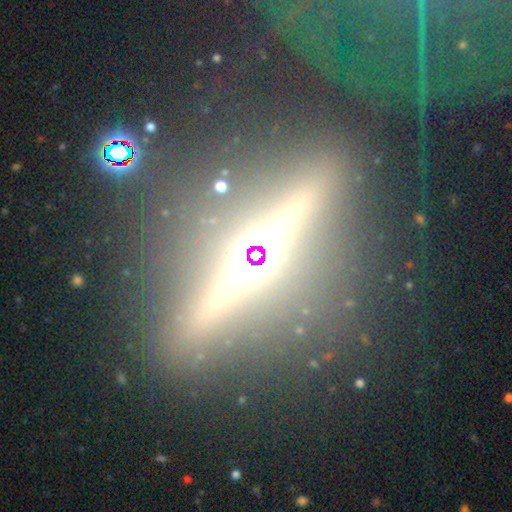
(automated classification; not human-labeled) Overall: star or artifact (51%; featured or disk 33%).